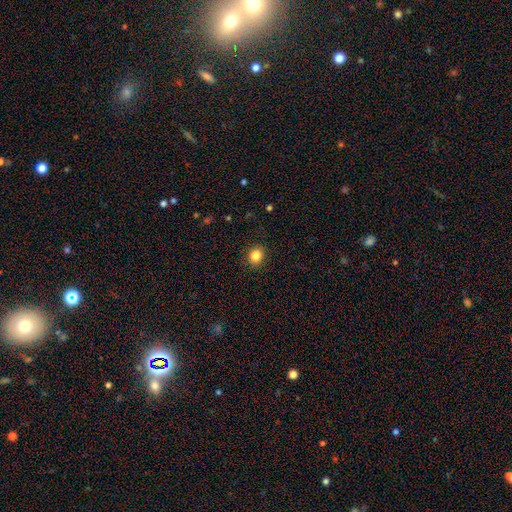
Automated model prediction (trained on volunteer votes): smooth-or-featured: smooth: 84% | star or artifact: 11% | featured or disk: 5%
  how-rounded: round: 70% | in between: 29% | cigar-shaped: 1%
  merging: none: 90% | minor disturbance: 7% | major disturbance: 2% | merger: 1%